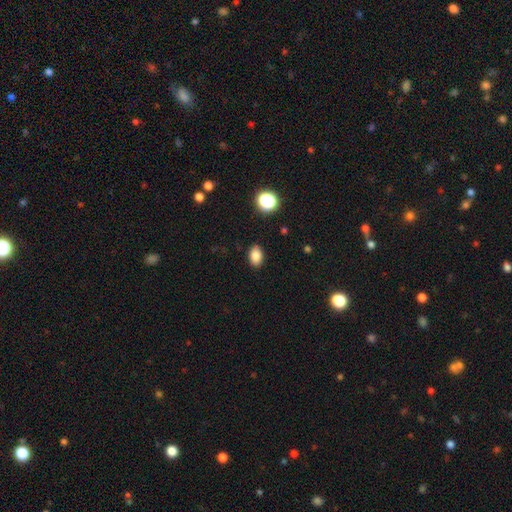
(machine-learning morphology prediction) A smooth galaxy with no disk features (84%) that is in between round and cigar-shaped (83%). Merging: none (88%).